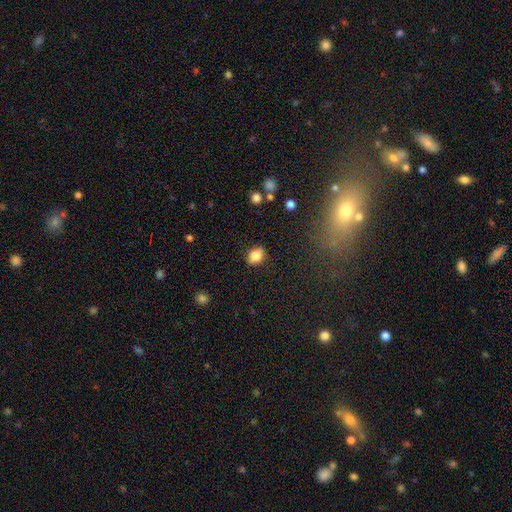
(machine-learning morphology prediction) This appears to be a smooth galaxy with no disk features (86%) that is in between round and cigar-shaped (64%). Merging: none (85%).